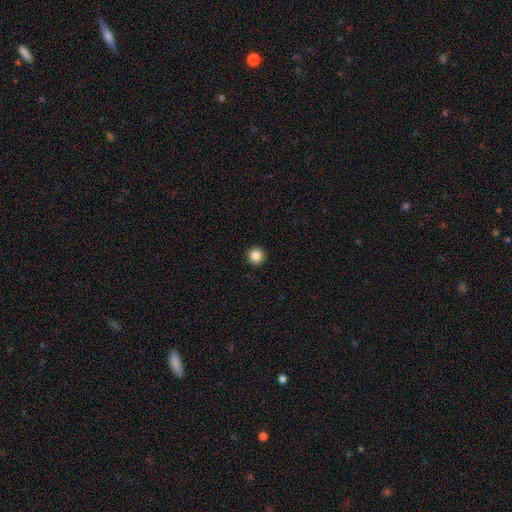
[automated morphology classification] This appears to be a smooth galaxy with no disk features (85%) that is round (95%). Merging: none (93%).